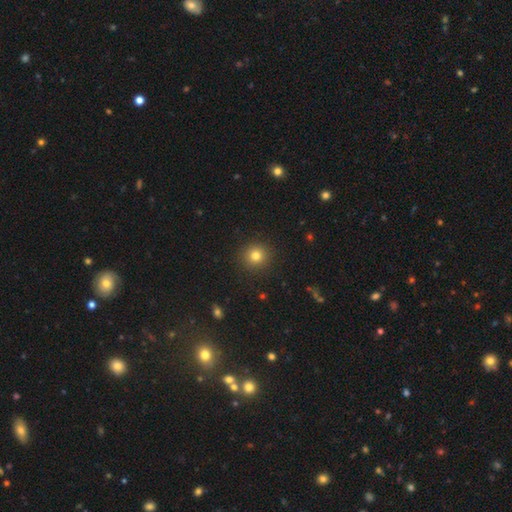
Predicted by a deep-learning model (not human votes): smooth_or_featured: smooth (p=0.80) [alt: star or artifact p=0.13]
how_rounded: round (p=0.94) [alt: in between p=0.05]
merging: none (p=0.91) [alt: minor disturbance p=0.06]